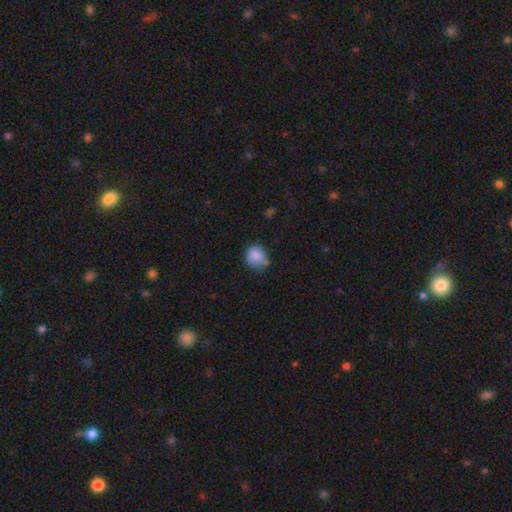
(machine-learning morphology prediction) Smooth or featured: smooth — 82% (star or artifact — 9%)
How rounded: round — 68% (in between — 32%)
Merging: none — 50% (minor disturbance — 34%)